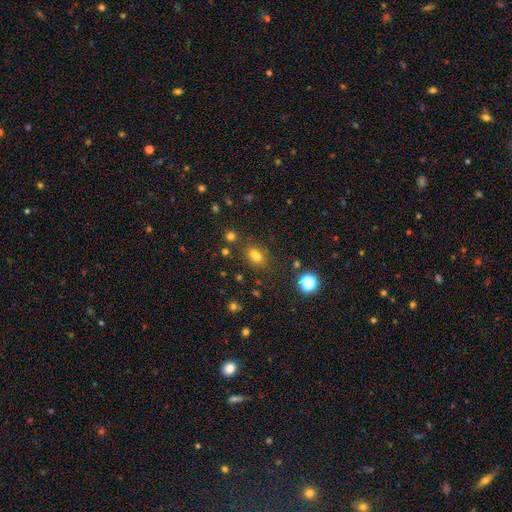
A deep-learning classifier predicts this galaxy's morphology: A smooth galaxy with no disk features (76%) that is in between round and cigar-shaped (78%).

Vote fractions:
- Smooth or featured? smooth: 76% / star or artifact: 16% / featured or disk: 8%
- How rounded? in between: 78% / round: 19% / cigar-shaped: 3%
- Merging? none: 73% / minor disturbance: 14% / merger: 9% / major disturbance: 5%